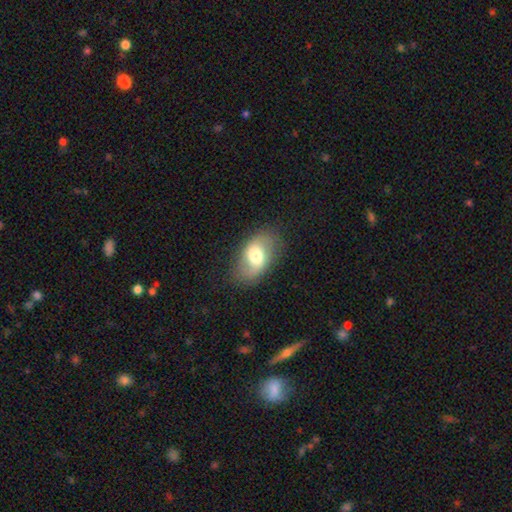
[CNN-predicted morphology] This appears to be a smooth galaxy with no disk features (52%) that is in between round and cigar-shaped (88%). Merging: none (76%).